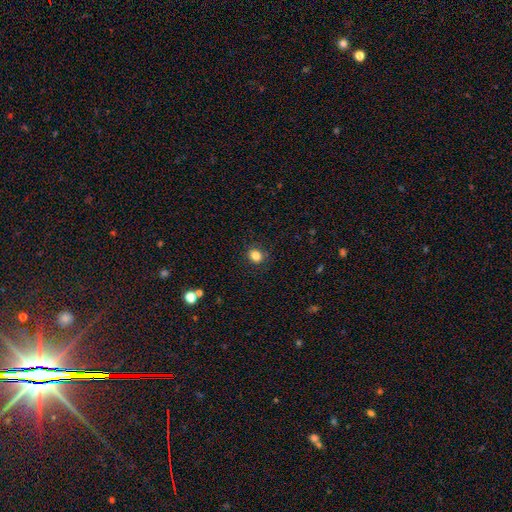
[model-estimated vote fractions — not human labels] Overall: smooth (84%). How rounded: round (77%). Merging: none (88%).